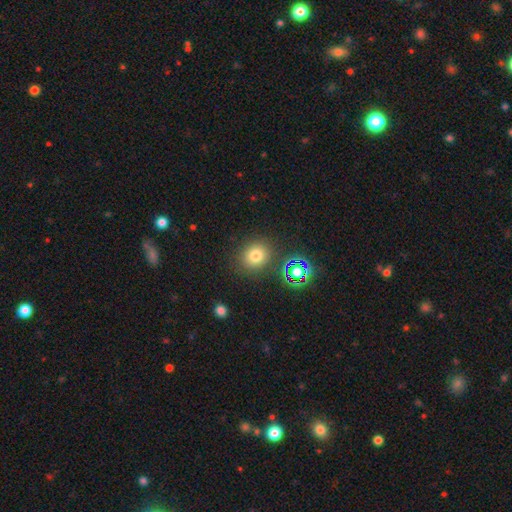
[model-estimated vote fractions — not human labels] The model was most divided on "how rounded": round: 75%, in between: 24%, cigar-shaped: 1%. More confident: merging — none (84%); smooth or featured — smooth (74%).